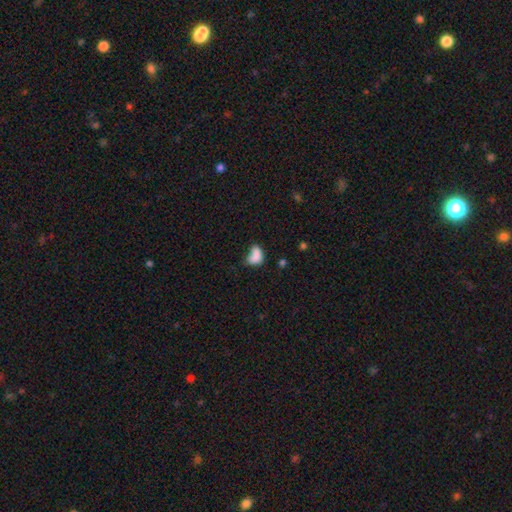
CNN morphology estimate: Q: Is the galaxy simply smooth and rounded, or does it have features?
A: smooth — 79%.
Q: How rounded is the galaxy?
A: in between — 84%.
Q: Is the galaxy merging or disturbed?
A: minor disturbance — 29%, tied with none.